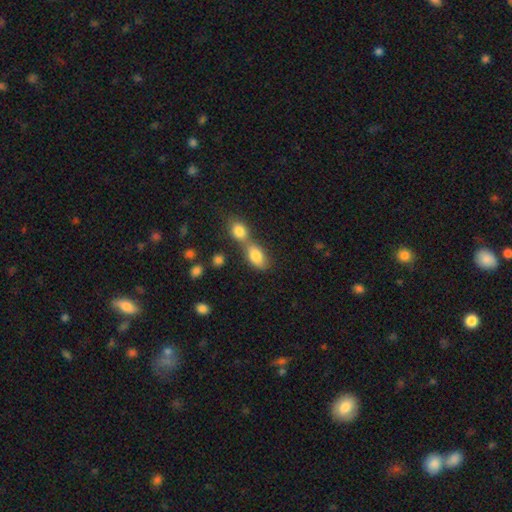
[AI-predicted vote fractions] smooth-or-featured: smooth: 82% | featured or disk: 9% | star or artifact: 8%
  how-rounded: in between: 84% | round: 13% | cigar-shaped: 4%
  merging: merger: 58% | none: 30% | minor disturbance: 9% | major disturbance: 4%